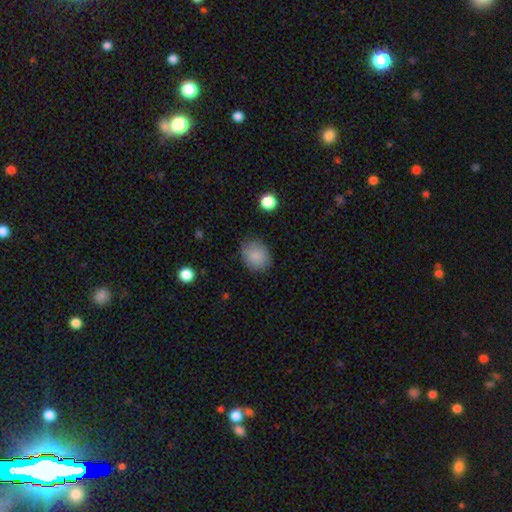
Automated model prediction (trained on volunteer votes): Smooth or featured?
  - smooth: 87% *
  - star or artifact: 8%
  - featured or disk: 5%
How rounded?
  - round: 54% *
  - in between: 46%
  - cigar-shaped: 1%
Merging?
  - none: 81% *
  - minor disturbance: 14%
  - major disturbance: 4%
  - merger: 1%